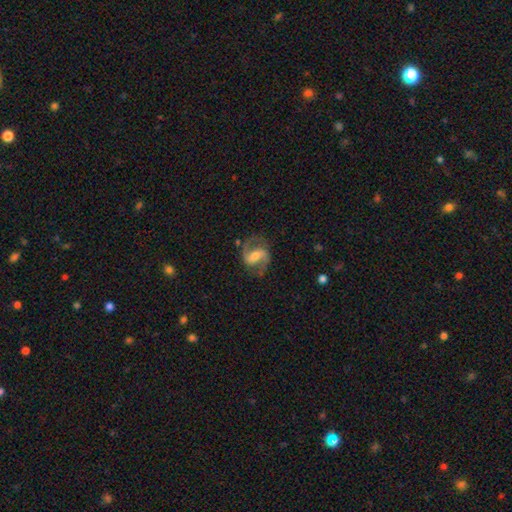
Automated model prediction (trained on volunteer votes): Morphology: type=featured or disk (85%); edge-on=no (98%); bar=weak (44%); spiral arms=yes (96%); winding=medium (56%); arm count=2 (92%); bulge=moderate (49%); merging=none (76%).